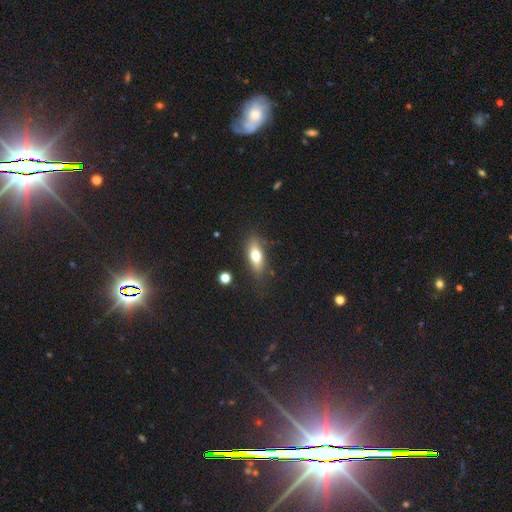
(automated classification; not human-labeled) Smooth or featured?
  - smooth: 64% *
  - featured or disk: 29%
  - star or artifact: 8%
How rounded?
  - in between: 67% *
  - cigar-shaped: 28%
  - round: 5%
Merging?
  - none: 80% *
  - minor disturbance: 14%
  - major disturbance: 4%
  - merger: 2%